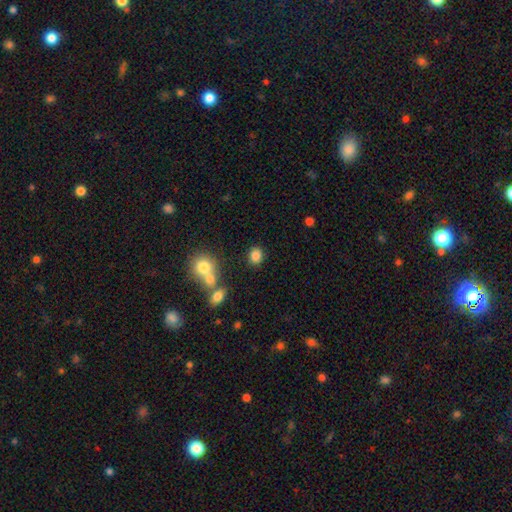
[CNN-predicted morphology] smooth 84%, star or artifact 11%, featured or disk 5%. Down the decision tree: how rounded — round (70%); merging — none (82%).